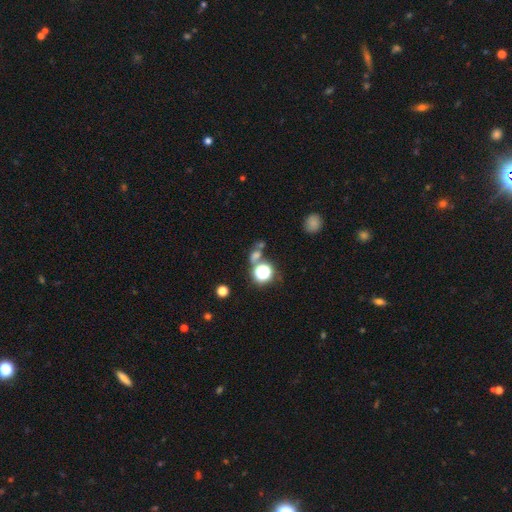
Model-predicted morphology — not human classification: type=smooth (46%); merging=none (52%).